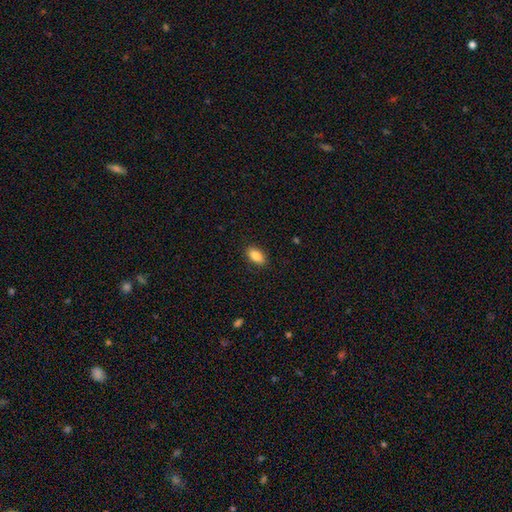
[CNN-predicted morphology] Smooth or featured?
  - smooth: 87% *
  - star or artifact: 7%
  - featured or disk: 6%
How rounded?
  - in between: 90% *
  - round: 5%
  - cigar-shaped: 5%
Merging?
  - none: 88% *
  - minor disturbance: 9%
  - major disturbance: 2%
  - merger: 1%